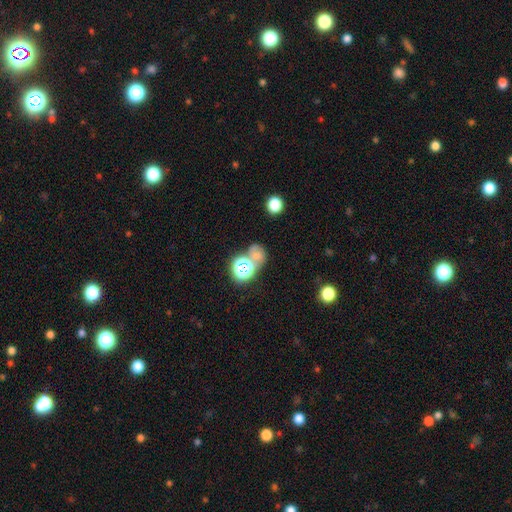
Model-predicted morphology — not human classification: This appears to be a smooth galaxy with no disk features (50%). Merging: merger (38%).